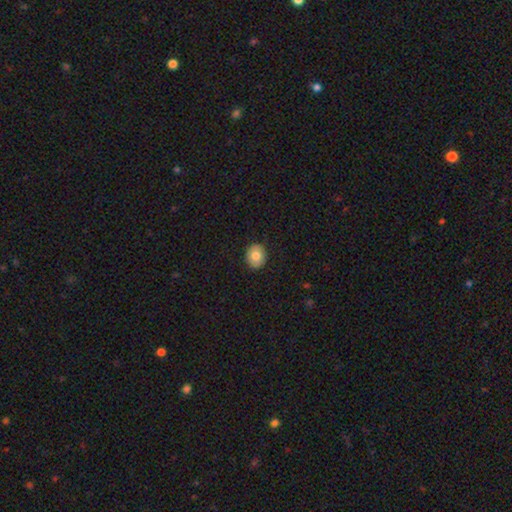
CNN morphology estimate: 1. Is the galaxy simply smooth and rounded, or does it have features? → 77% smooth, 15% featured or disk, 8% star or artifact.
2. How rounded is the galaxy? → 64% round, 35% in between, 1% cigar-shaped.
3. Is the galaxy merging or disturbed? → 90% none, 8% minor disturbance, 2% major disturbance, 1% merger.